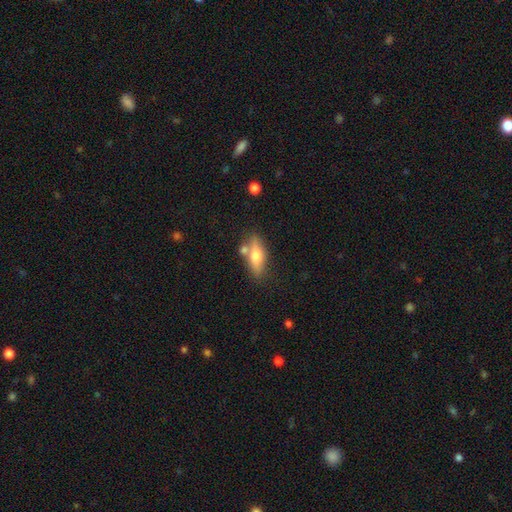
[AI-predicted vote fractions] The model was most divided on "smooth or featured": smooth: 60%, featured or disk: 33%, star or artifact: 7%. More confident: merging — none (65%); how rounded — in between (61%).